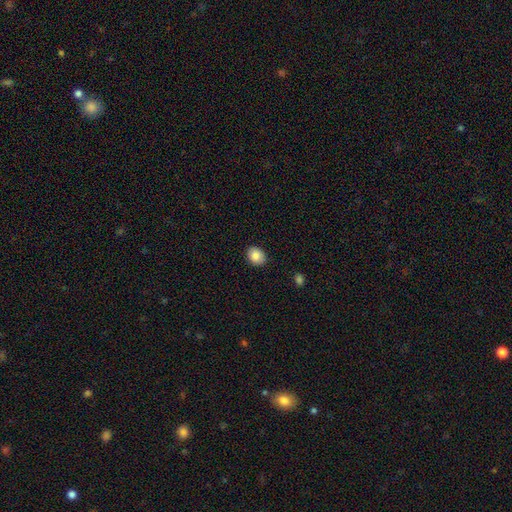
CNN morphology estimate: Overall: smooth (86%). How rounded: in between (55%; round 44%). Merging: none (88%).